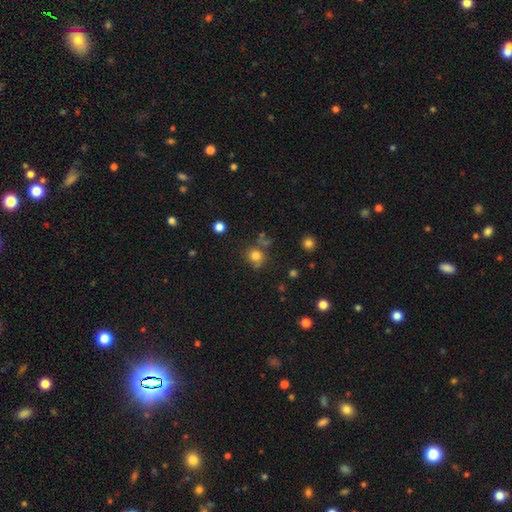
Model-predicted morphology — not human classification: smooth-or-featured: smooth: 79% | star or artifact: 14% | featured or disk: 7%
  how-rounded: round: 85% | in between: 14% | cigar-shaped: 1%
  merging: none: 69% | minor disturbance: 16% | merger: 9% | major disturbance: 5%